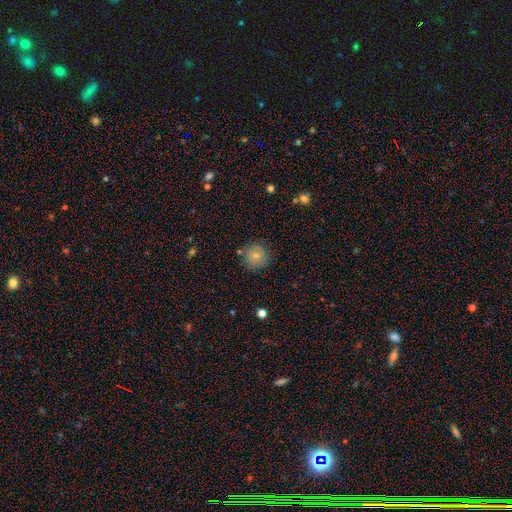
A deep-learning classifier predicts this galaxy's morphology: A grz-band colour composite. It shows a smooth galaxy with no disk features (78%) that is round (91%). Merging: none (80%).